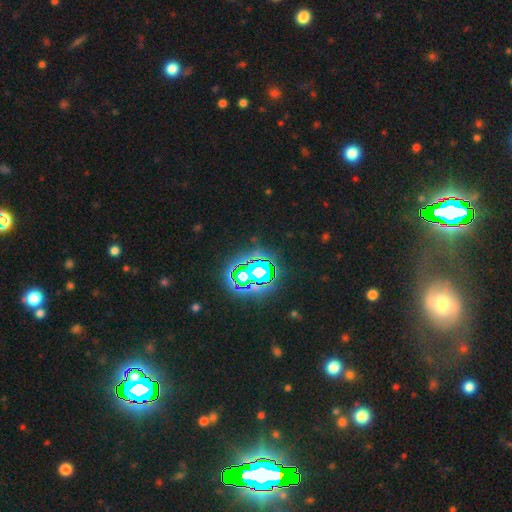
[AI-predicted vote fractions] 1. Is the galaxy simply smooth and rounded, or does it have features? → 77% star or artifact, 14% smooth, 9% featured or disk.